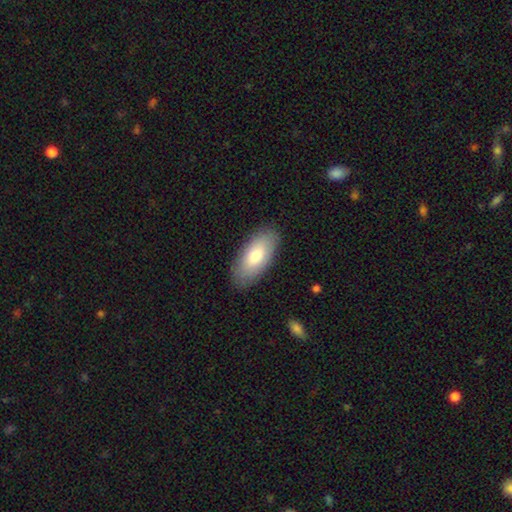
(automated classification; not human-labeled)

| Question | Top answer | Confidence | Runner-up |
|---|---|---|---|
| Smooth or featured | smooth | 76% | featured or disk (18%) |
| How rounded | in between | 89% | cigar-shaped (9%) |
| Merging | none | 87% | minor disturbance (10%) |